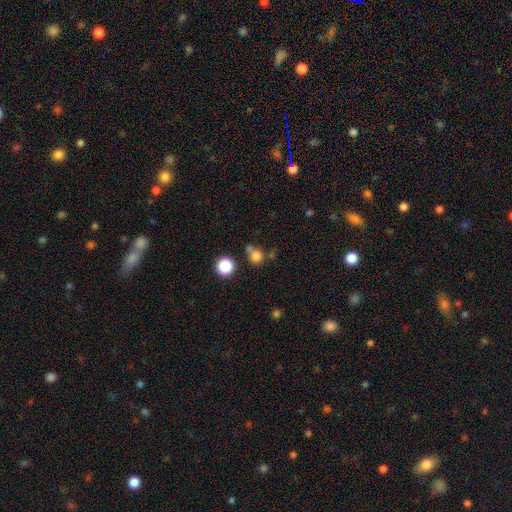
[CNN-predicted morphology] Smooth or featured? Predicted: smooth (p=0.77). How rounded? Predicted: round (p=0.87). Merging? Predicted: none (p=0.58).